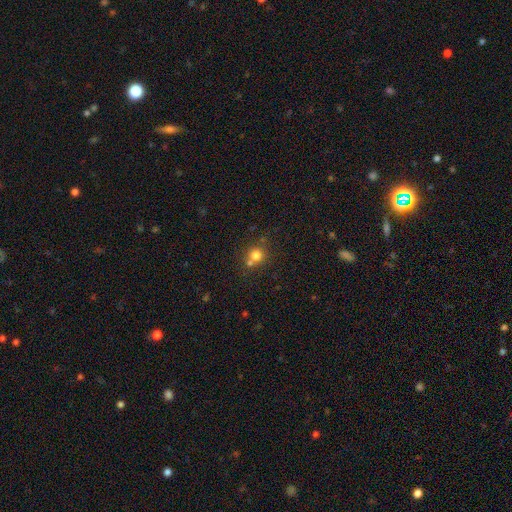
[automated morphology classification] Smooth or featured: smooth — 77% (star or artifact — 14%)
How rounded: round — 88% (in between — 11%)
Merging: none — 57% (merger — 30%)